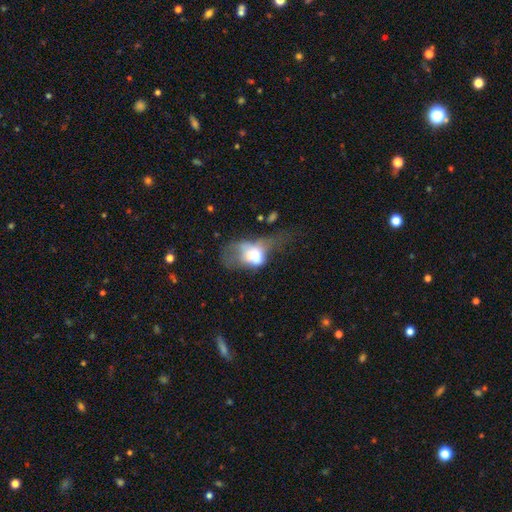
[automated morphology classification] A smooth galaxy with no disk features (55%) that is in between round and cigar-shaped (73%). Merging: major disturbance (57%).